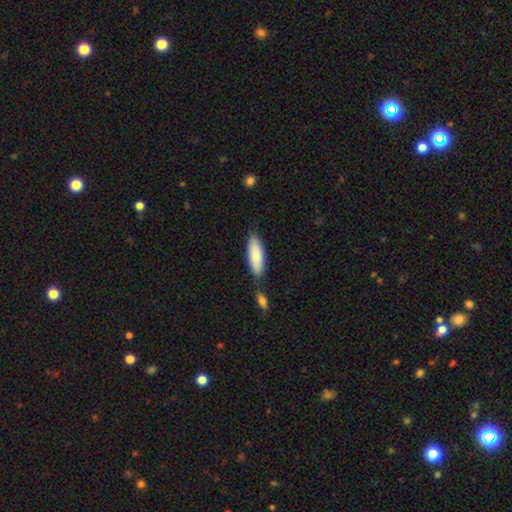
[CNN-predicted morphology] Smooth or featured? smooth (82%)
How rounded? in between (58%)
Merging? none (74%)